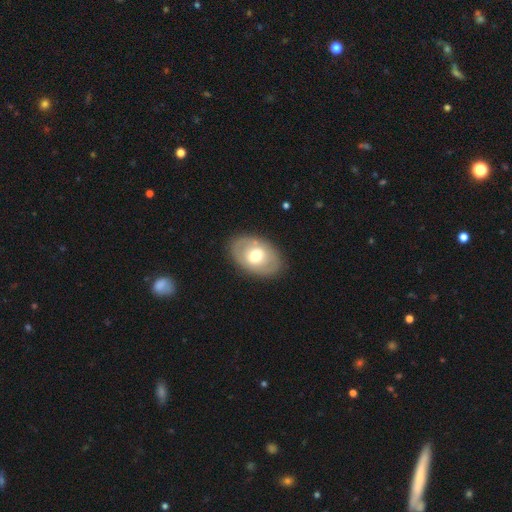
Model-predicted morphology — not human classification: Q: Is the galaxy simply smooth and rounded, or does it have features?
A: smooth — 53%.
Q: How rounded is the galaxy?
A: in between — 80%.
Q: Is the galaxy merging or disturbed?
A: none — 83%.